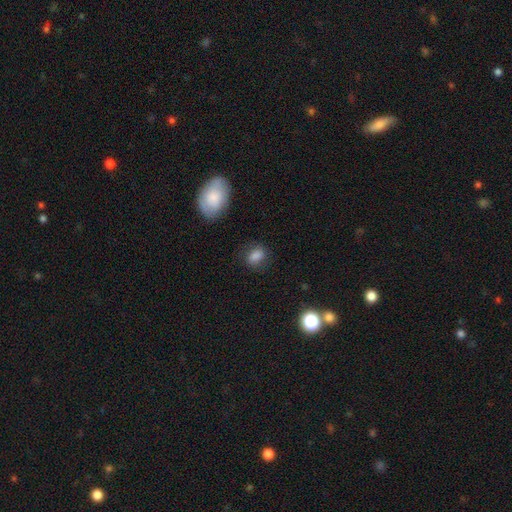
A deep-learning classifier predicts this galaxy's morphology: This is clearly a smooth galaxy (81%). How rounded: likely in between (68%). Merging: likely none (75%).